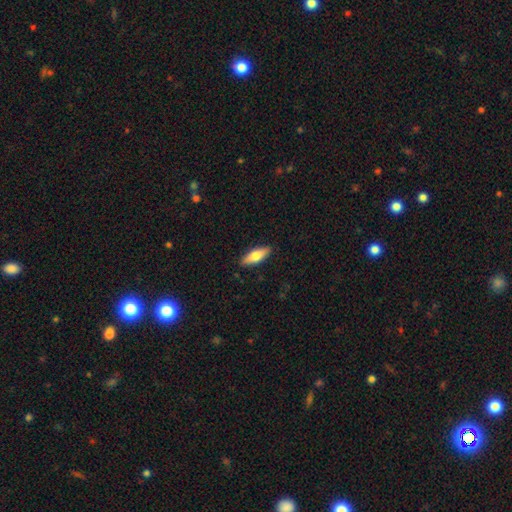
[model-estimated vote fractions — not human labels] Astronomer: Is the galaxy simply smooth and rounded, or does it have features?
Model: smooth — 66%.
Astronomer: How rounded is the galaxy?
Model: in between — 61% (runner-up: cigar-shaped, 36%).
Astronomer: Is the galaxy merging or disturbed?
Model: none — 89%.